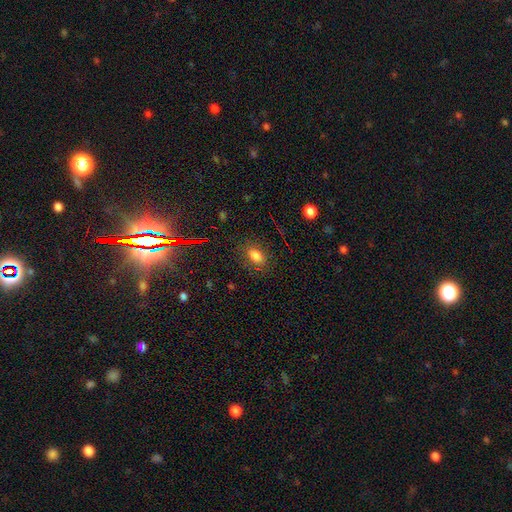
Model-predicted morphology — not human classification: smooth_or_featured: smooth (p=0.77) [alt: star or artifact p=0.14]
how_rounded: in between (p=0.85) [alt: round p=0.12]
merging: none (p=0.81) [alt: minor disturbance p=0.13]